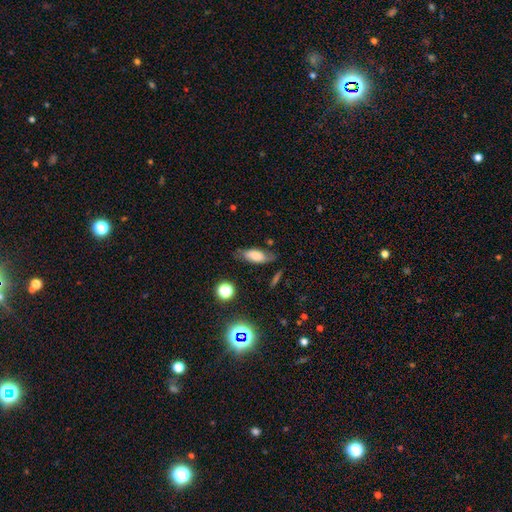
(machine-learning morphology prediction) type=smooth (70%); roundness=in between (77%); merging=none (71%).